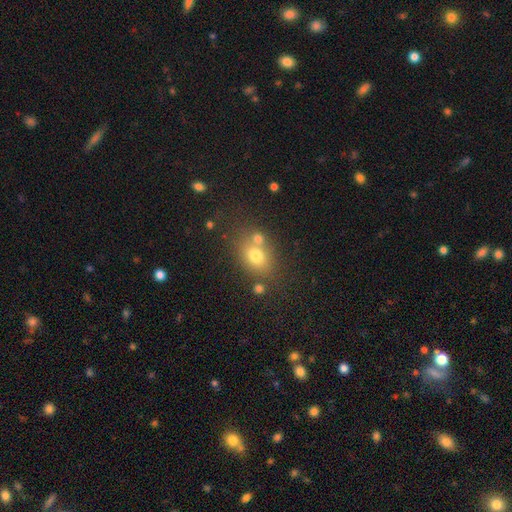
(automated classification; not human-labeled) smooth_or_featured: smooth (p=0.72) [alt: featured or disk p=0.14]
how_rounded: in between (p=0.58) [alt: round p=0.41]
merging: none (p=0.57) [alt: merger p=0.25]